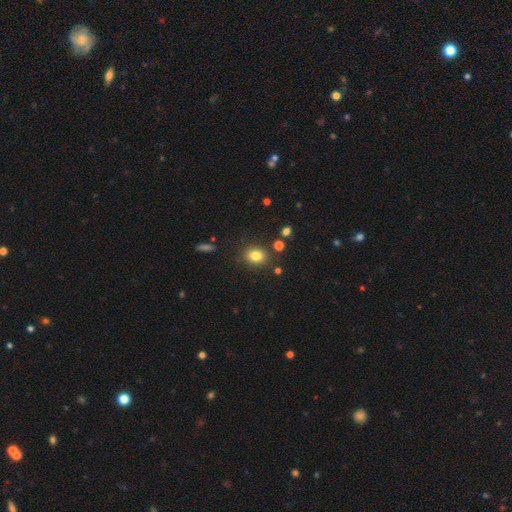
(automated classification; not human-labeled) Smooth or featured: smooth — 81% (star or artifact — 12%)
How rounded: round — 55% (in between — 44%)
Merging: none — 85% (minor disturbance — 9%)